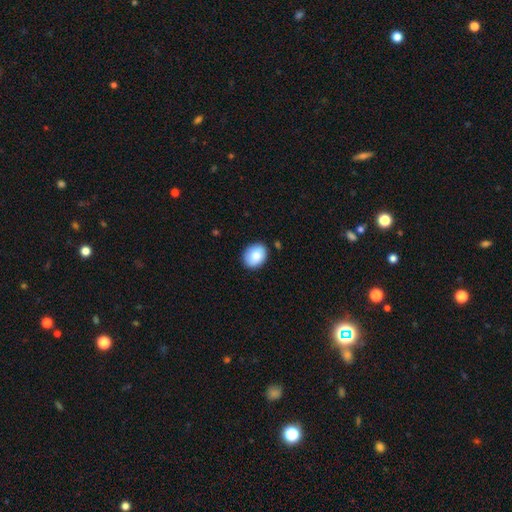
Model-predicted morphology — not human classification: This is clearly a smooth galaxy (87%). How rounded: possibly in between (55%). Merging: clearly none (85%).